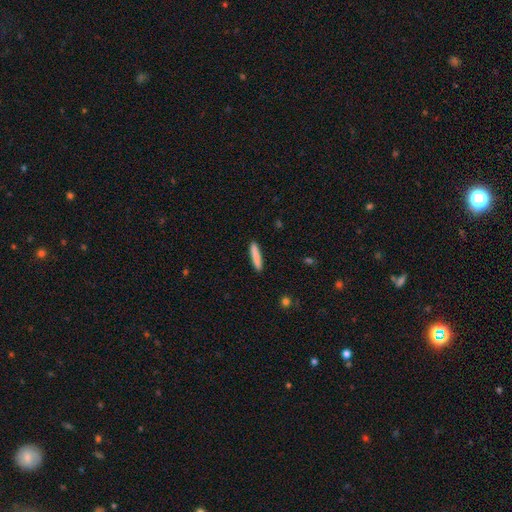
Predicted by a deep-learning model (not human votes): A smooth galaxy with no disk features (85%) that is cigar-shaped (92%). Merging: none (91%).